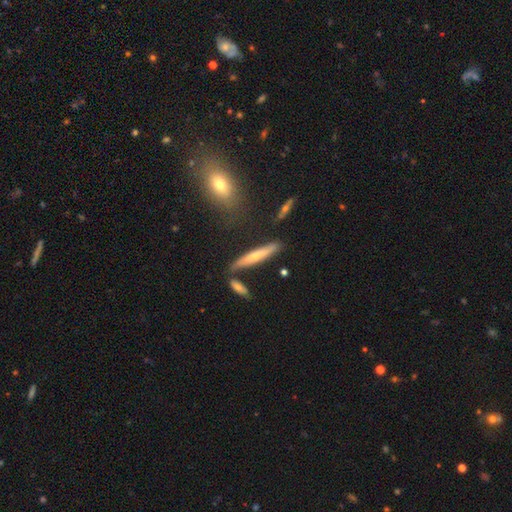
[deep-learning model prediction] A smooth galaxy with no disk features (51%) that is cigar-shaped (89%). Merging: none (77%).